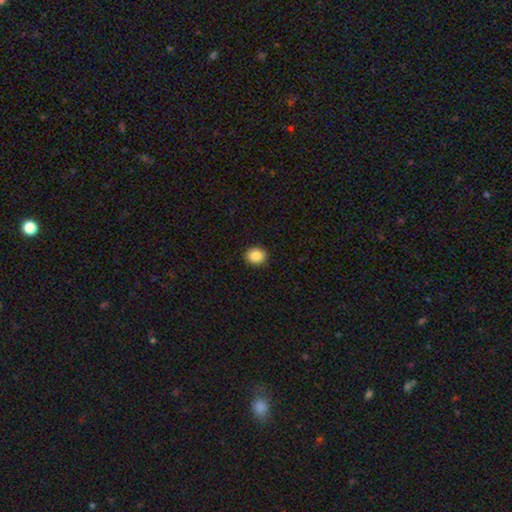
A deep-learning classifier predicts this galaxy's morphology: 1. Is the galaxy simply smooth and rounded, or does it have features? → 87% smooth, 9% star or artifact, 5% featured or disk.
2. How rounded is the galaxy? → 66% round, 33% in between, 1% cigar-shaped.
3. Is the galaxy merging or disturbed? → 92% none, 6% minor disturbance, 2% major disturbance, 1% merger.